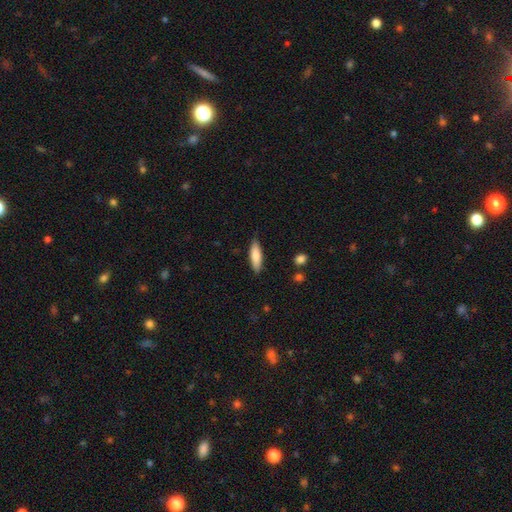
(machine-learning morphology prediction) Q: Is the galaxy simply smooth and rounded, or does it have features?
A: smooth — 79%.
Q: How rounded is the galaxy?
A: cigar-shaped — 59%.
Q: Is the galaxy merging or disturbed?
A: none — 83%.